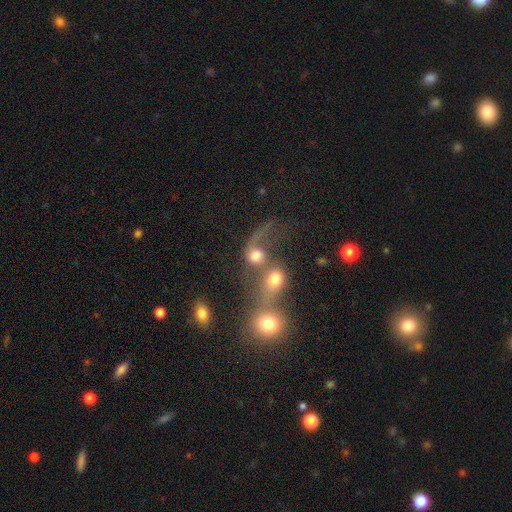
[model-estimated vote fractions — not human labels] This appears to be a smooth galaxy with no disk features (54%) that is round (63%). Merging: merger (69%).